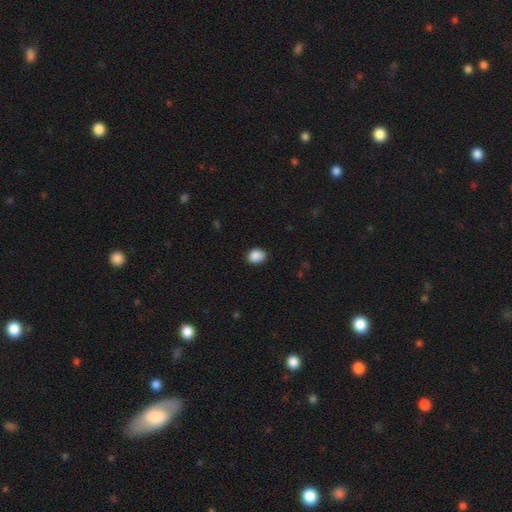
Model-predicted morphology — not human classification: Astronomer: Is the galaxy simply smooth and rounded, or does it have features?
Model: smooth — 88%.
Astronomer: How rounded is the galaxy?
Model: round — 54% (runner-up: in between, 45%).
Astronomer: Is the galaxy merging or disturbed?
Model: none — 80%.